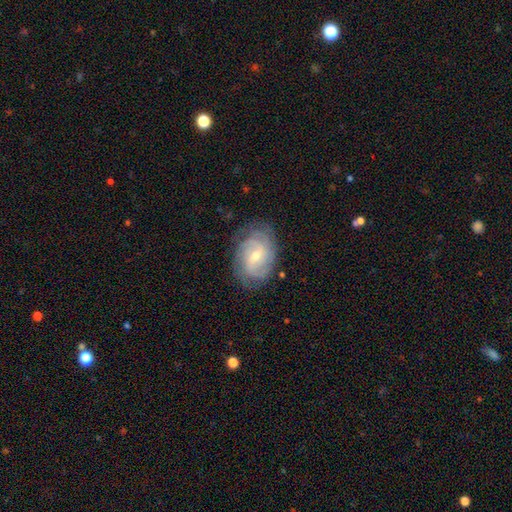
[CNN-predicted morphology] Smooth or featured? Predicted: featured or disk (p=0.79). Edge-on disk? Predicted: no (p=0.97). Bar? Predicted: weak (p=0.50). Spiral arms? Predicted: yes (p=0.94). Spiral winding? Predicted: tight (p=0.59). Spiral arm count? Predicted: can't tell (p=0.32). Bulge size? Predicted: small (p=0.56). Merging? Predicted: none (p=0.78).